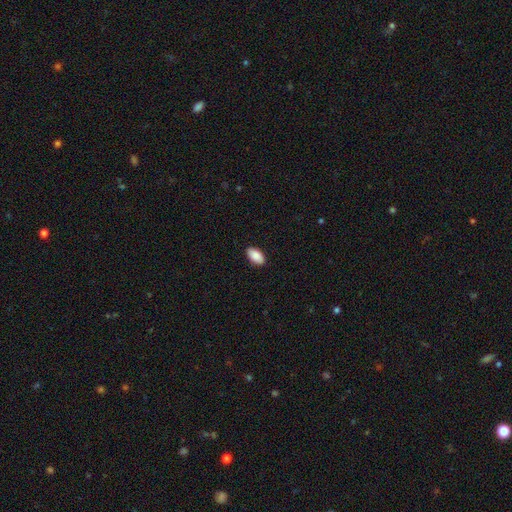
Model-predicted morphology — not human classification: This appears to be a smooth galaxy with no disk features (89%) that is in between round and cigar-shaped (95%). Merging: none (89%).